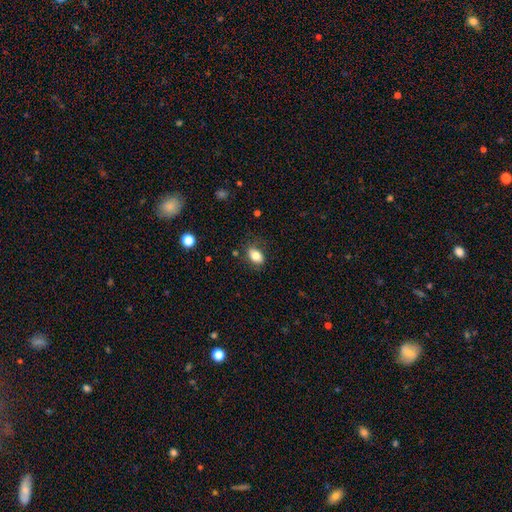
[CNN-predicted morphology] Smooth or featured? Predicted: smooth (p=0.80). How rounded? Predicted: in between (p=0.85). Merging? Predicted: none (p=0.74).